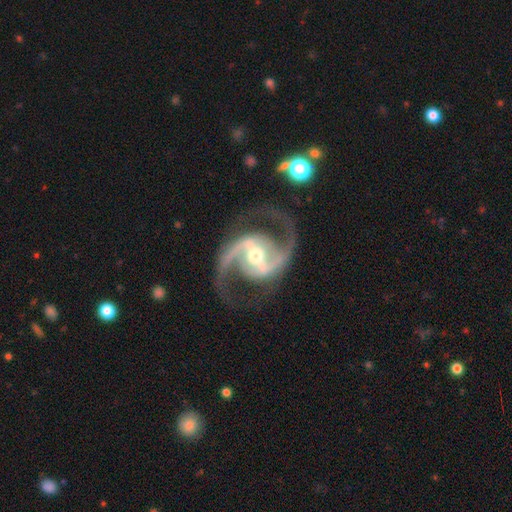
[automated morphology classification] Smooth or featured? Predicted: featured or disk (p=0.94). Edge-on disk? Predicted: no (p=0.98). Bar? Predicted: strong (p=0.46). Spiral arms? Predicted: yes (p=0.98). Spiral winding? Predicted: medium (p=0.63). Spiral arm count? Predicted: 2 (p=0.94). Bulge size? Predicted: moderate (p=0.62). Merging? Predicted: none (p=0.79).